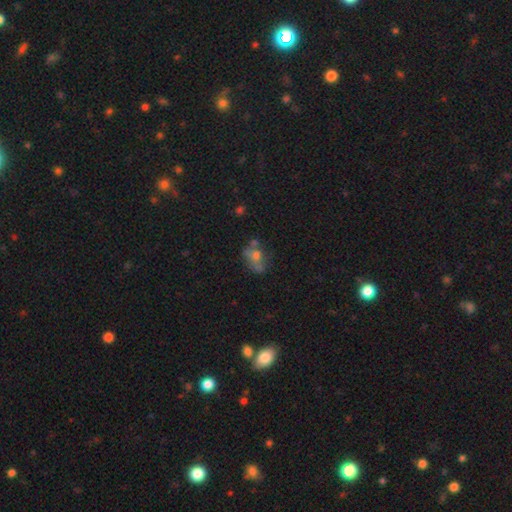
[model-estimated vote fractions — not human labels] smooth-or-featured: smooth: 44% | featured or disk: 36% | star or artifact: 19%
  merging: none: 47% | minor disturbance: 20% | merger: 19% | major disturbance: 13%